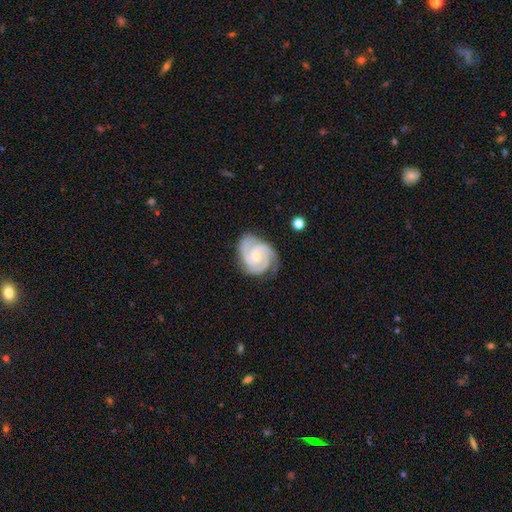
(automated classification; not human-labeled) Smooth or featured?
  - featured or disk: 91% *
  - smooth: 5%
  - star or artifact: 4%
Edge-on disk?
  - no: 98% *
  - yes: 2%
Bar?
  - no: 69% *
  - weak: 26%
  - strong: 6%
Spiral arms?
  - yes: 99% *
  - no: 1%
Spiral winding?
  - tight: 65% *
  - medium: 32%
  - loose: 3%
Spiral arm count?
  - 3: 59% *
  - 2: 27%
  - 4: 5%
  - can't tell: 4%
  - 1: 2%
  - more than 4: 2%
Bulge size?
  - small: 64% *
  - moderate: 30%
  - none: 4%
  - large: 1%
  - dominant: 1%
Merging?
  - none: 76% *
  - minor disturbance: 18%
  - major disturbance: 5%
  - merger: 1%